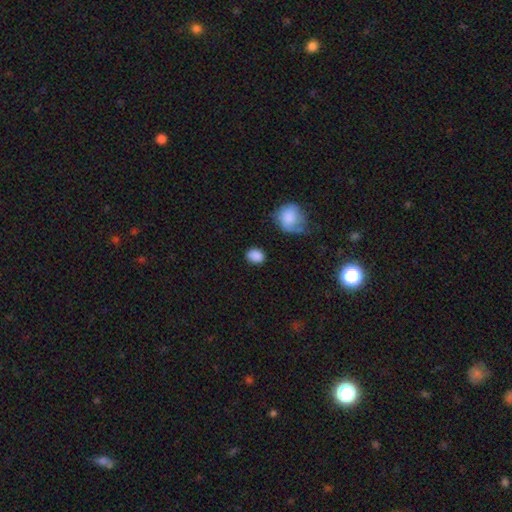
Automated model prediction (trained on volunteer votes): smooth-or-featured: smooth: 87% | star or artifact: 8% | featured or disk: 4%
  how-rounded: in between: 57% | round: 42% | cigar-shaped: 1%
  merging: none: 81% | minor disturbance: 13% | major disturbance: 4% | merger: 3%